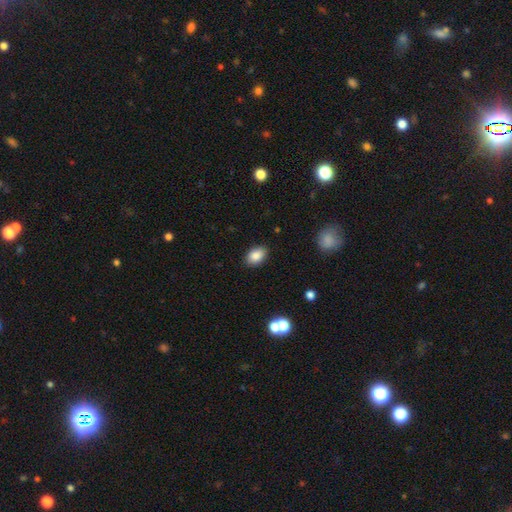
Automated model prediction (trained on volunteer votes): smooth 86%, star or artifact 8%, featured or disk 6%. Down the decision tree: how rounded — in between (85%); merging — none (88%).